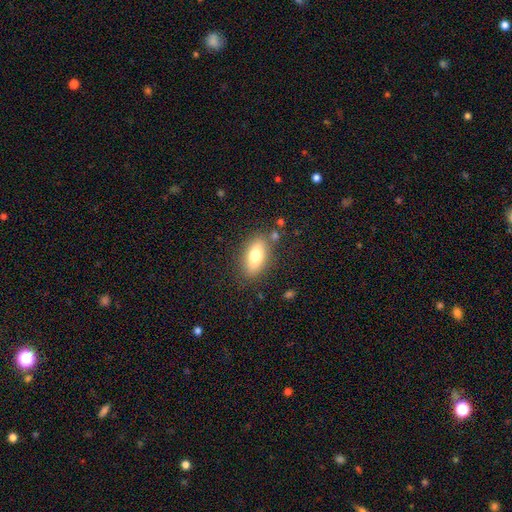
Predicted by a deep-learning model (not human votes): Smooth or featured? smooth (71%)
How rounded? in between (82%)
Merging? none (82%)